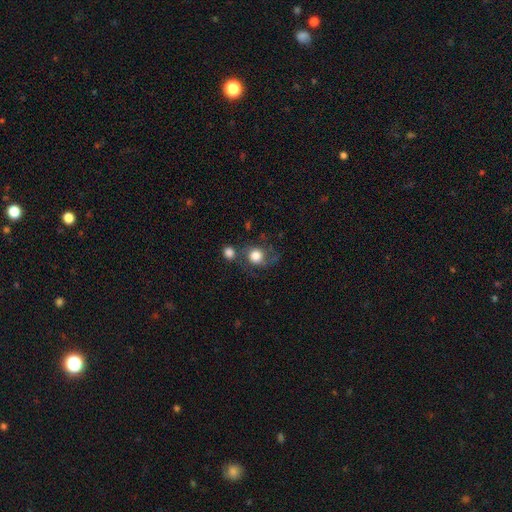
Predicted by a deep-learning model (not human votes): This is likely a smooth galaxy (67%). How rounded: likely round (79%). Merging: possibly none (46%).